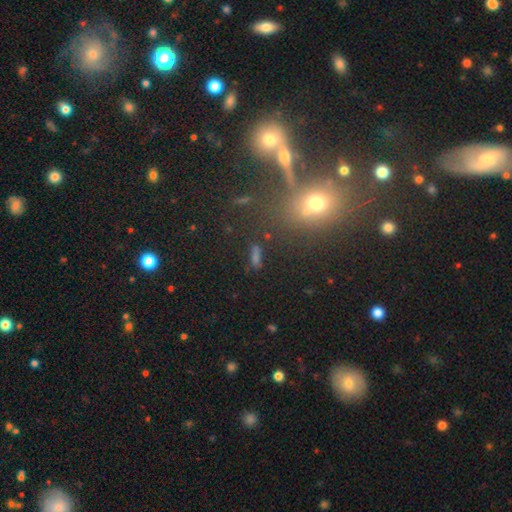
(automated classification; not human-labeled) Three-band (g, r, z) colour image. It shows a smooth galaxy with no disk features (54%) that is in between round and cigar-shaped (50%). Merging: none (75%).